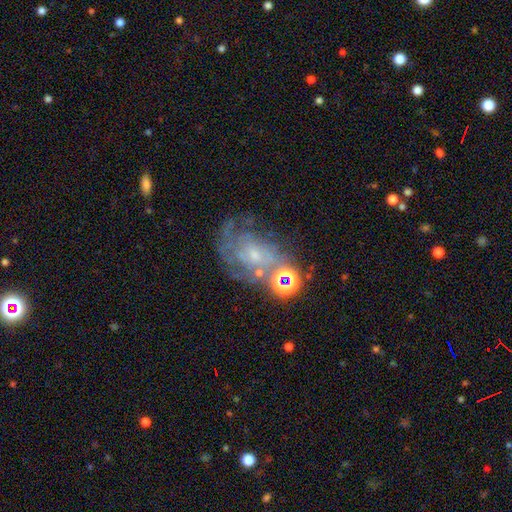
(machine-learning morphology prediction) smooth_or_featured: featured or disk (p=0.67) [alt: star or artifact p=0.18]
disk_edge_on: no (p=0.97) [alt: yes p=0.03]
bar: no (p=0.71) [alt: weak p=0.24]
has_spiral_arms: yes (p=0.78) [alt: no p=0.22]
spiral_winding: tight (p=0.49) [alt: medium p=0.36]
spiral_arm_count: can't tell (p=0.51) [alt: 2 p=0.16]
bulge_size: small (p=0.70) [alt: moderate p=0.17]
merging: none (p=0.46) [alt: major disturbance p=0.23]